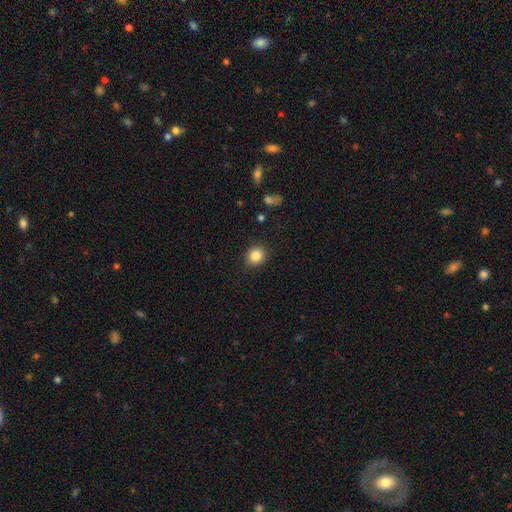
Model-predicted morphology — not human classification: Overall: smooth (85%). How rounded: round (80%). Merging: none (88%).